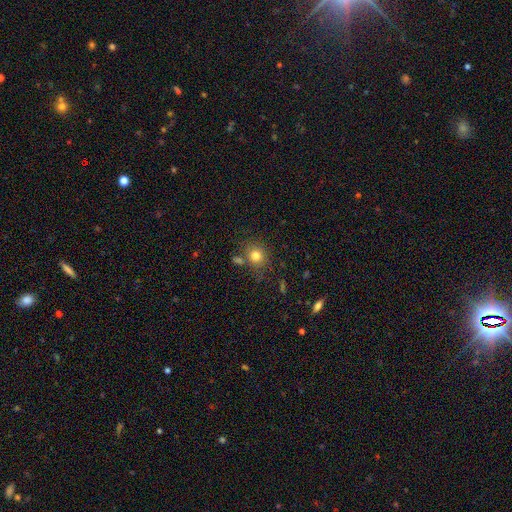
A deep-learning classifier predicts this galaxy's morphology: type=smooth (79%); roundness=round (78%); merging=none (71%).